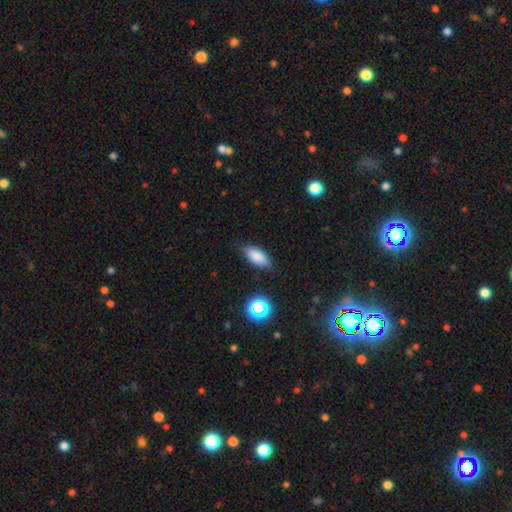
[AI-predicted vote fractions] A smooth galaxy with no disk features (83%) that is in between round and cigar-shaped (85%).

Vote fractions:
- Smooth or featured? smooth: 83% / star or artifact: 9% / featured or disk: 7%
- How rounded? in between: 85% / cigar-shaped: 12% / round: 3%
- Merging? none: 81% / minor disturbance: 14% / major disturbance: 3% / merger: 2%